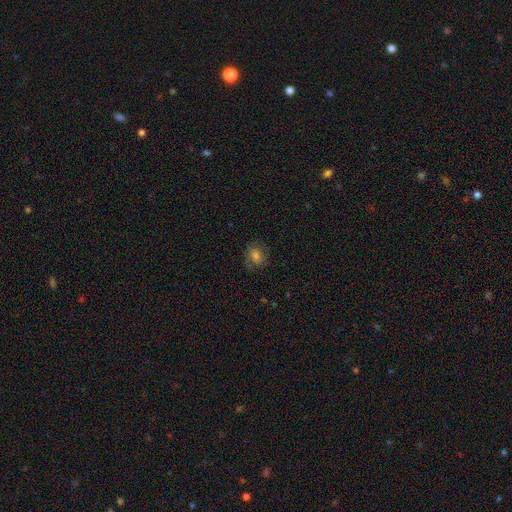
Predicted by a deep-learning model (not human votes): This appears to be a smooth galaxy with no disk features (57%) that is round (54%). Merging: none (74%).